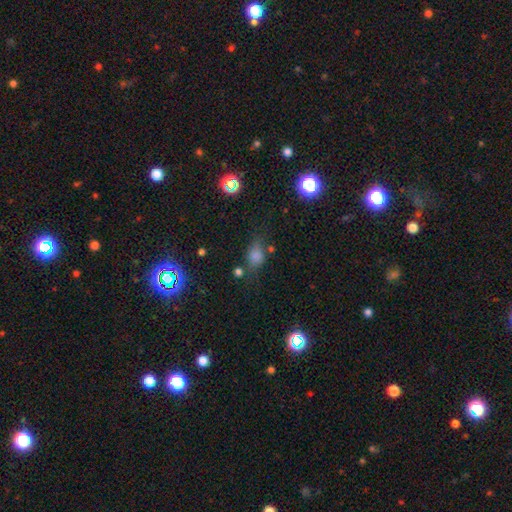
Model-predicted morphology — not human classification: type=smooth (73%); roundness=in between (67%); merging=none (56%).